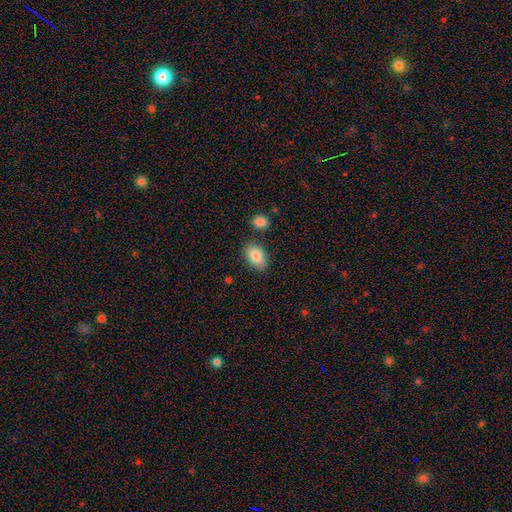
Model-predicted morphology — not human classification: smooth 84%, featured or disk 9%, star or artifact 7%. Down the decision tree: how rounded — in between (90%); merging — none (81%).